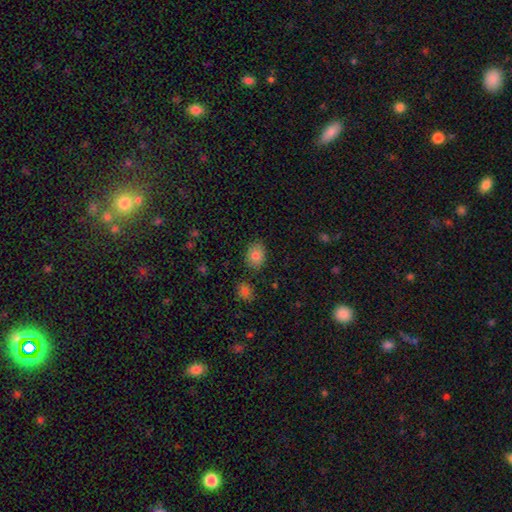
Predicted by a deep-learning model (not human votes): Smooth or featured? smooth (85%)
How rounded? in between (63%)
Merging? none (83%)